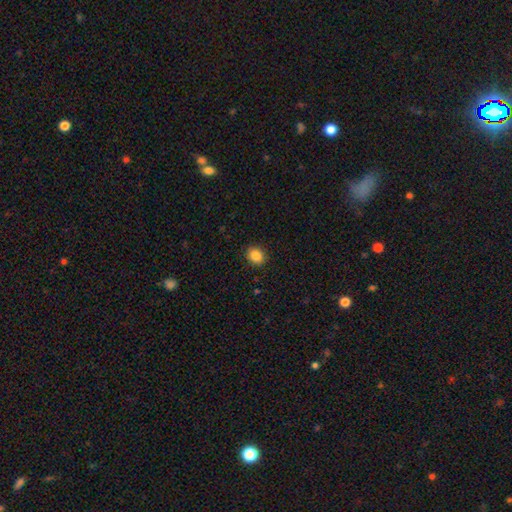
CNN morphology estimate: Overall: smooth (87%). How rounded: round (65%; in between 34%). Merging: none (89%).